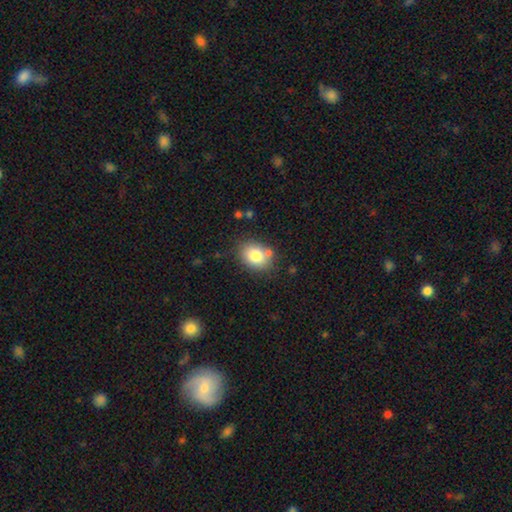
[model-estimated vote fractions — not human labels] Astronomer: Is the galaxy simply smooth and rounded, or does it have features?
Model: smooth — 81%.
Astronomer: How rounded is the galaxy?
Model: in between — 57% (runner-up: round, 42%).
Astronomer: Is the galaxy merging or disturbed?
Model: none — 74%.